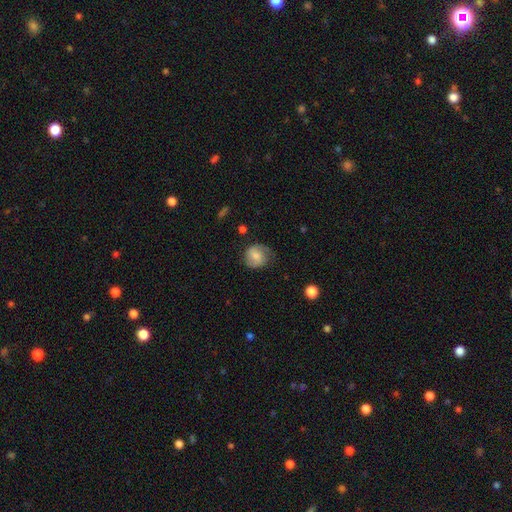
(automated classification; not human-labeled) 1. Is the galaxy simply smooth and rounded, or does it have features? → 62% smooth, 31% featured or disk, 8% star or artifact.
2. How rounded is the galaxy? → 78% round, 21% in between, 1% cigar-shaped.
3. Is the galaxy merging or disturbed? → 64% none, 25% minor disturbance, 9% major disturbance, 2% merger.